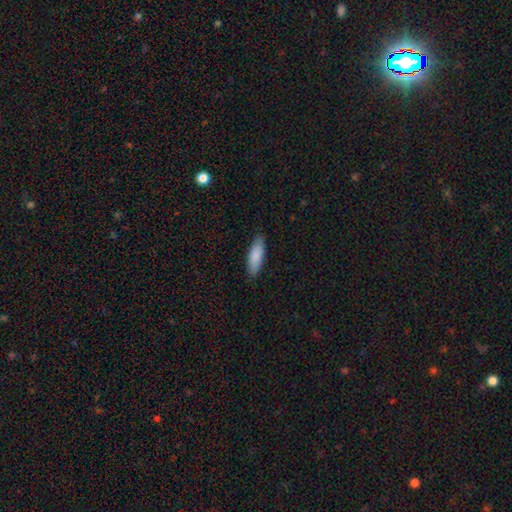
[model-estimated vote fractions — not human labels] A smooth galaxy with no disk features (88%) that is in between round and cigar-shaped (57%).

Vote fractions:
- Smooth or featured? smooth: 88% / featured or disk: 7% / star or artifact: 5%
- How rounded? in between: 57% / cigar-shaped: 42% / round: 2%
- Merging? none: 87% / minor disturbance: 10% / major disturbance: 2% / merger: 1%